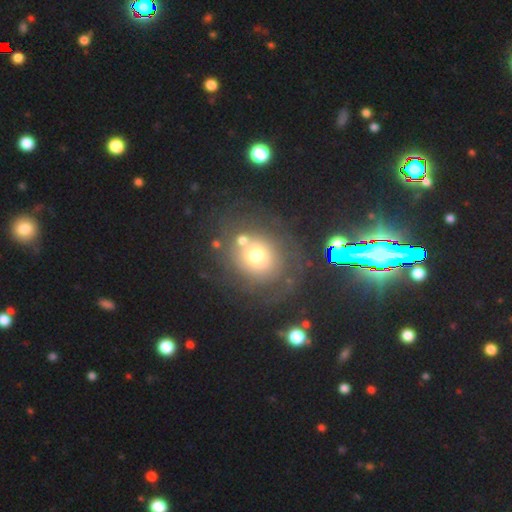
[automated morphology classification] smooth_or_featured: smooth (p=0.50) [alt: featured or disk p=0.33]
how_rounded: round (p=0.73) [alt: in between p=0.26]
merging: none (p=0.65) [alt: minor disturbance p=0.15]